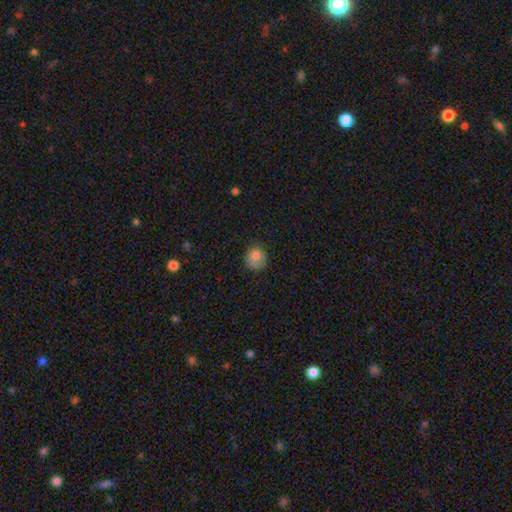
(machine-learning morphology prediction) smooth-or-featured: smooth: 80% | featured or disk: 10% | star or artifact: 10%
  how-rounded: round: 80% | in between: 19% | cigar-shaped: 1%
  merging: none: 65% | minor disturbance: 25% | major disturbance: 8% | merger: 3%